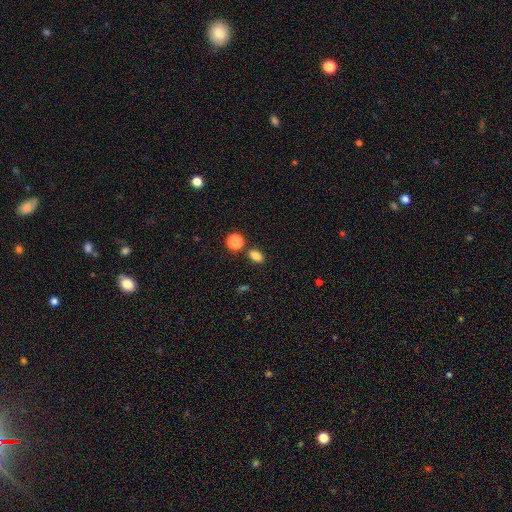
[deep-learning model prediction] smooth-or-featured: smooth: 83% | star or artifact: 12% | featured or disk: 4%
  how-rounded: in between: 79% | round: 19% | cigar-shaped: 3%
  merging: none: 79% | minor disturbance: 9% | merger: 9% | major disturbance: 3%